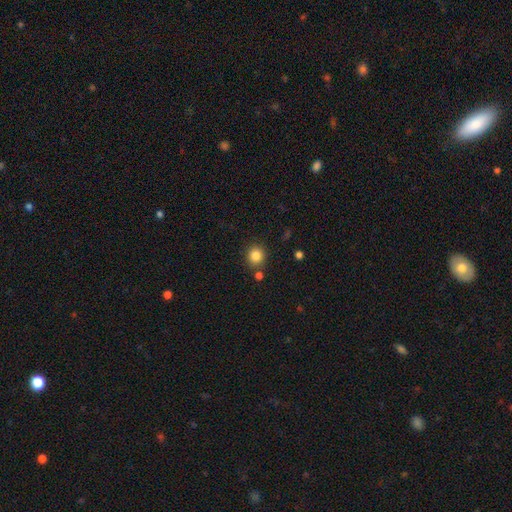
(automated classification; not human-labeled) A smooth galaxy with no disk features (84%) that is round (90%). Merging: none (82%).